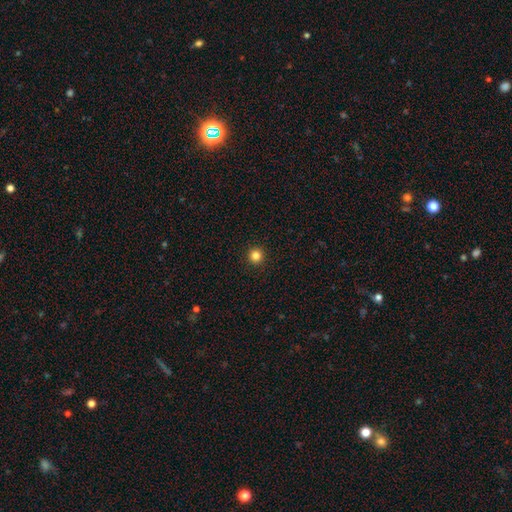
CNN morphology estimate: The model was most divided on "smooth or featured": smooth: 83%, star or artifact: 13%, featured or disk: 4%. More confident: how rounded — round (96%); merging — none (94%).